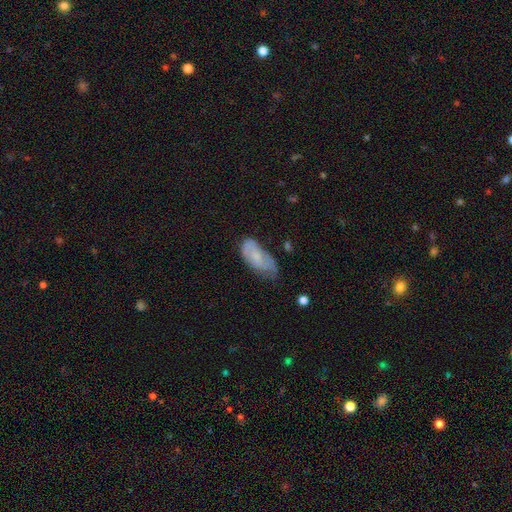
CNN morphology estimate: type=smooth (58%); roundness=in between (89%); merging=none (42%).